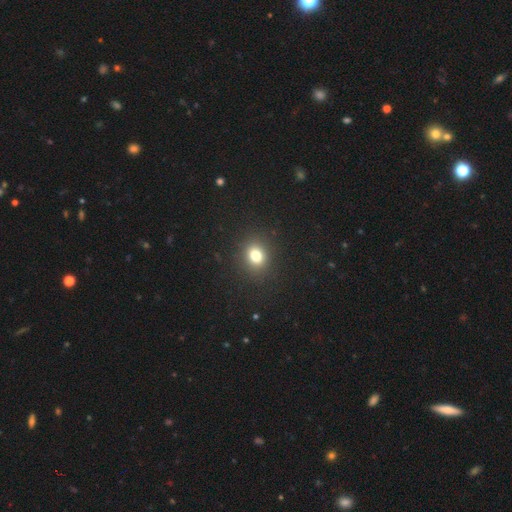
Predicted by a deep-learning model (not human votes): A smooth galaxy with no disk features (79%) that is round (60%). Merging: none (88%).